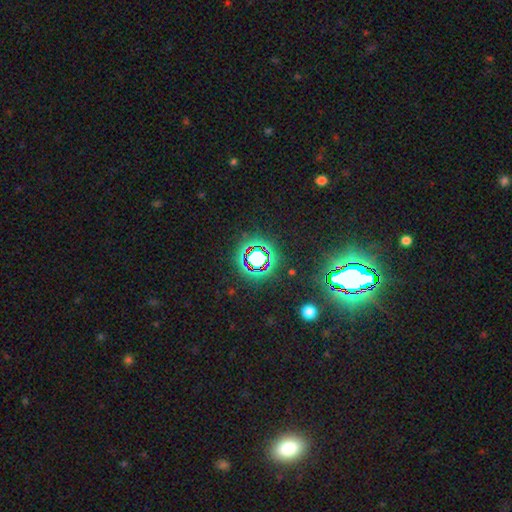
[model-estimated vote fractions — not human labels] Smooth or featured? star or artifact (73%)